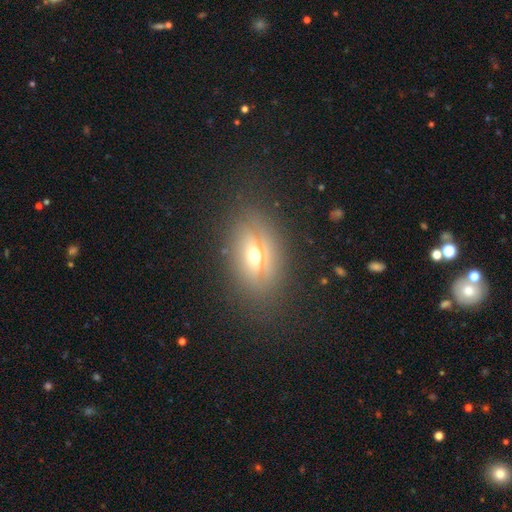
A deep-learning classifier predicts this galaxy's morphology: Overall: featured or disk (47%; smooth 40%). Merging: none (77%).